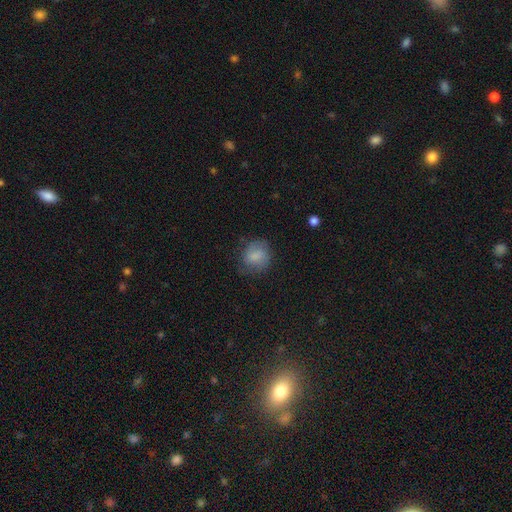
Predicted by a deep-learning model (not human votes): A smooth galaxy with no disk features (77%) that is round (73%).

Vote fractions:
- Smooth or featured? smooth: 77% / featured or disk: 15% / star or artifact: 8%
- How rounded? round: 73% / in between: 26% / cigar-shaped: 1%
- Merging? none: 66% / minor disturbance: 24% / major disturbance: 9% / merger: 1%